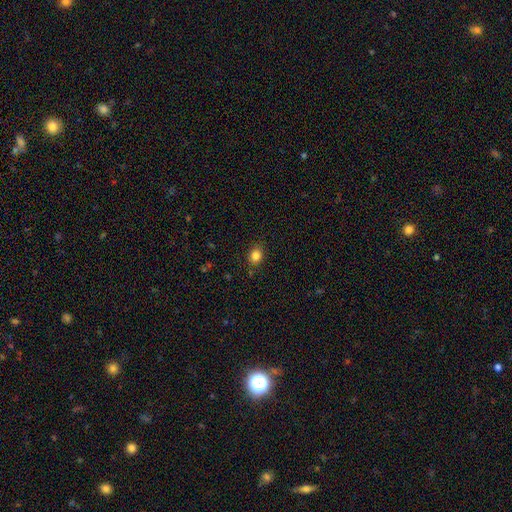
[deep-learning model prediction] A smooth galaxy with no disk features (84%) that is round (55%).

Vote fractions:
- Smooth or featured? smooth: 84% / star or artifact: 11% / featured or disk: 5%
- How rounded? round: 55% / in between: 44% / cigar-shaped: 1%
- Merging? none: 84% / minor disturbance: 12% / major disturbance: 3% / merger: 2%